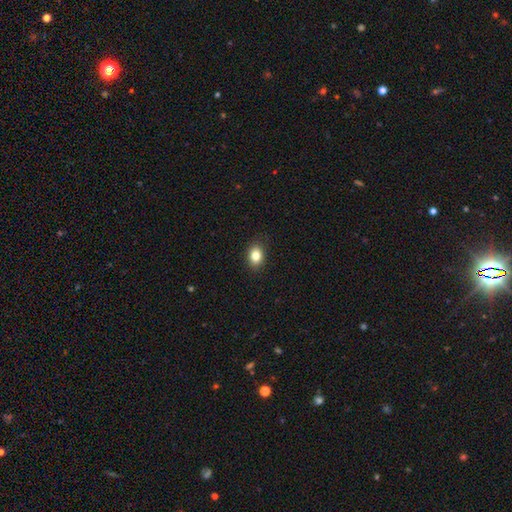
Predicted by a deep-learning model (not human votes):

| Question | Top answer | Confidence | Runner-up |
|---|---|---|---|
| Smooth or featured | smooth | 83% | star or artifact (10%) |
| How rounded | in between | 66% | round (33%) |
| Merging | none | 89% | minor disturbance (8%) |